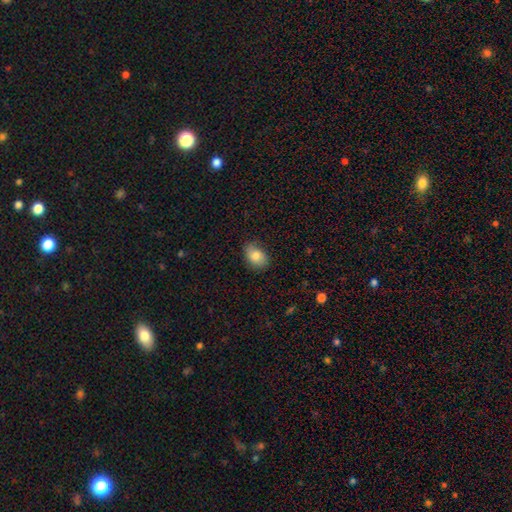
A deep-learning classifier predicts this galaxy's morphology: Smooth or featured?
  - smooth: 82% *
  - featured or disk: 10%
  - star or artifact: 8%
How rounded?
  - in between: 81% *
  - round: 18%
  - cigar-shaped: 1%
Merging?
  - none: 76% *
  - minor disturbance: 19%
  - major disturbance: 4%
  - merger: 1%